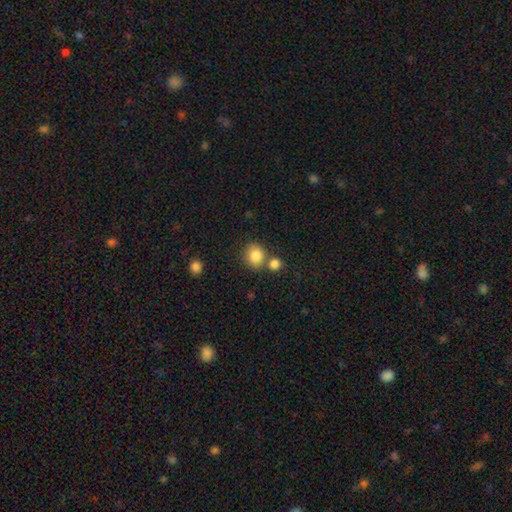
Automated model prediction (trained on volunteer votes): smooth-or-featured: smooth: 85% | star or artifact: 10% | featured or disk: 6%
  how-rounded: round: 74% | in between: 25% | cigar-shaped: 1%
  merging: none: 62% | merger: 25% | minor disturbance: 10% | major disturbance: 3%